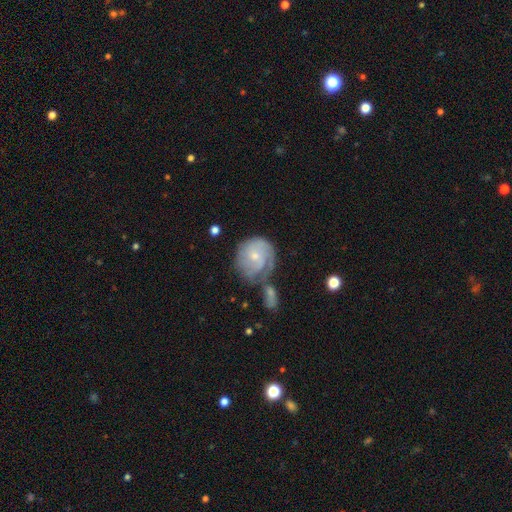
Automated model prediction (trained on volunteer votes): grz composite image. It shows a featured or disk galaxy (62%) with no bar (70%), tight (60%) spiral arms (84%) and a small central bulge (62%). Merging: none (39%).